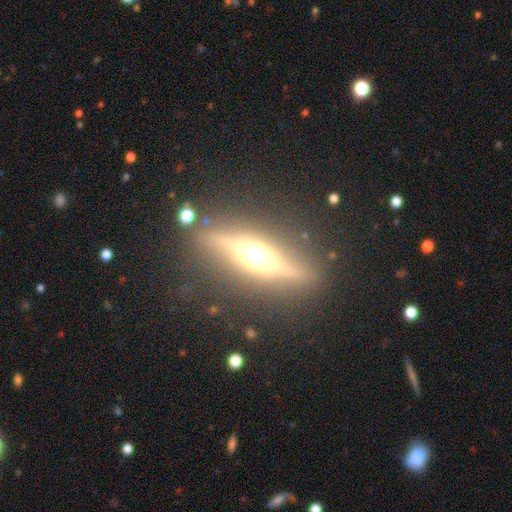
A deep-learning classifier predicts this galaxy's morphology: featured or disk 78%, smooth 14%, star or artifact 8%. Down the decision tree: edge-on disk — yes (91%); edge-on bulge — rounded (92%); merging — none (85%).